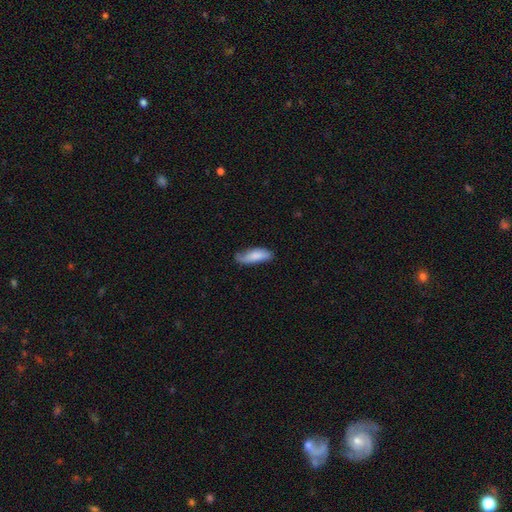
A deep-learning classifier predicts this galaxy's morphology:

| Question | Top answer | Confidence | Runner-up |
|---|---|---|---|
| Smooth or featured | smooth | 77% | featured or disk (17%) |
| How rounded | in between | 61% | cigar-shaped (37%) |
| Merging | none | 56% | minor disturbance (33%) |